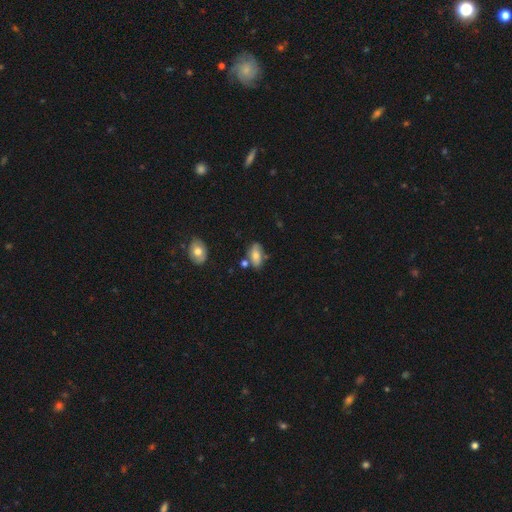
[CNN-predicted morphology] Q: Smooth or featured?
A: smooth (67%); runner-up: featured or disk (24%)
Q: How rounded?
A: in between (90%); runner-up: cigar-shaped (6%)
Q: Merging?
A: none (63%); runner-up: minor disturbance (21%)